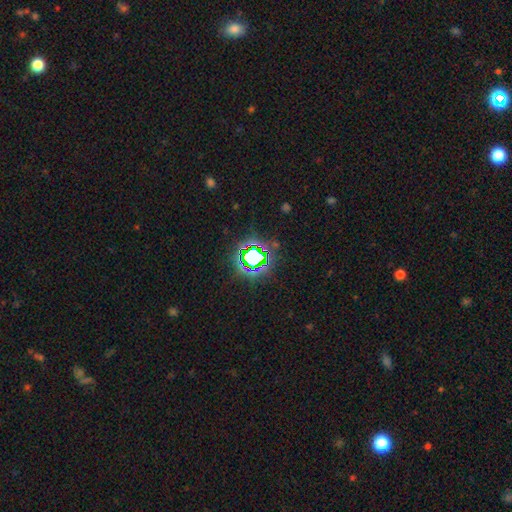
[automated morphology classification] A star or artifact, not a galaxy (72%).

Vote fractions:
- Smooth or featured? star or artifact: 72% / smooth: 18% / featured or disk: 10%